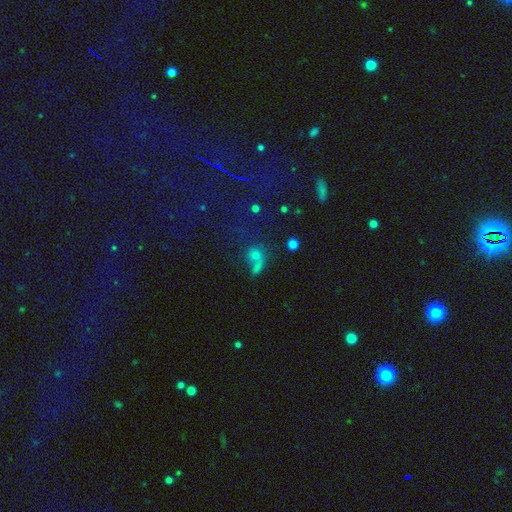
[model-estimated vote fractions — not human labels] The model was most divided on "merging": none: 38%, merger: 36%, major disturbance: 14%, minor disturbance: 12%. More confident: how rounded — round (71%); smooth or featured — smooth (65%).